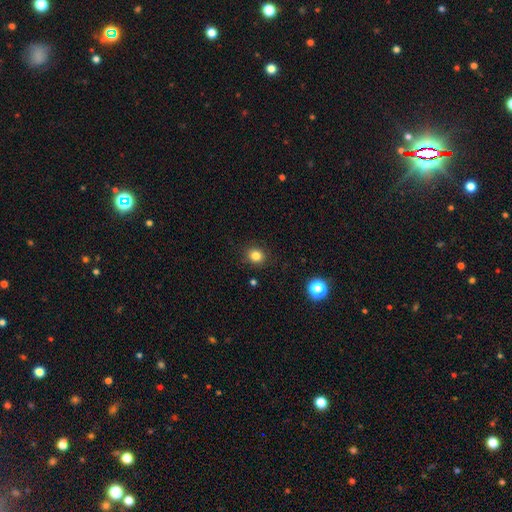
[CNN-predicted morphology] type=smooth (82%); roundness=round (81%); merging=none (89%).